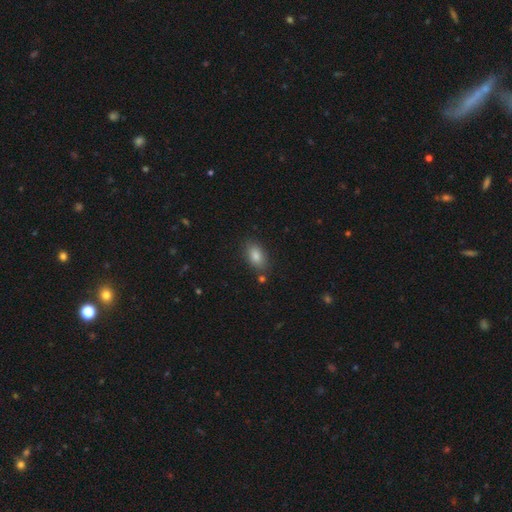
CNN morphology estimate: This is clearly a smooth galaxy (83%). How rounded: clearly in between (88%). Merging: clearly none (82%).